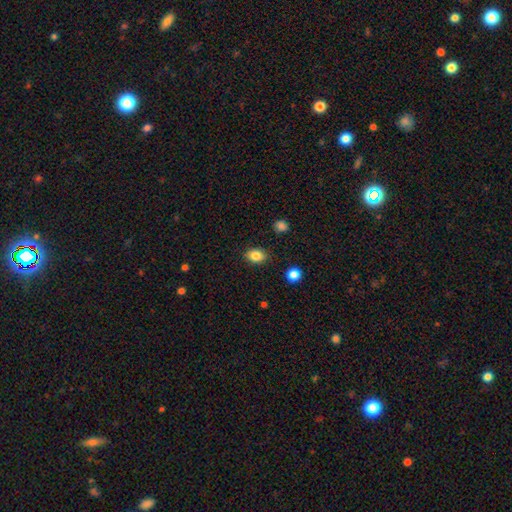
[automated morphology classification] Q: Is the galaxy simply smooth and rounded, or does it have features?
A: smooth — 84%.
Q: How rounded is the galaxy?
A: in between — 72%.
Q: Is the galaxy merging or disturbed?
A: none — 87%.